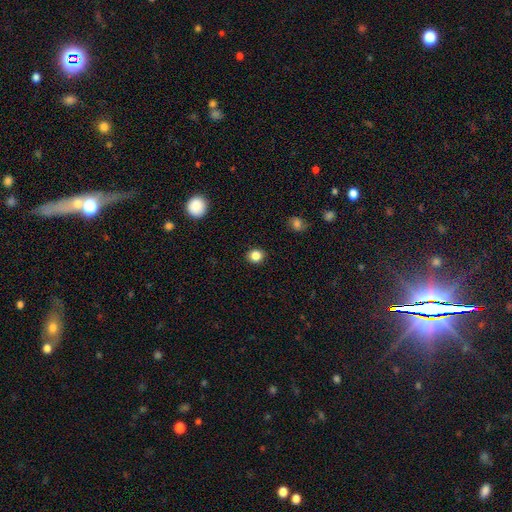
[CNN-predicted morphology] Smooth or featured? Predicted: smooth (p=0.85). How rounded? Predicted: round (p=0.78). Merging? Predicted: none (p=0.90).